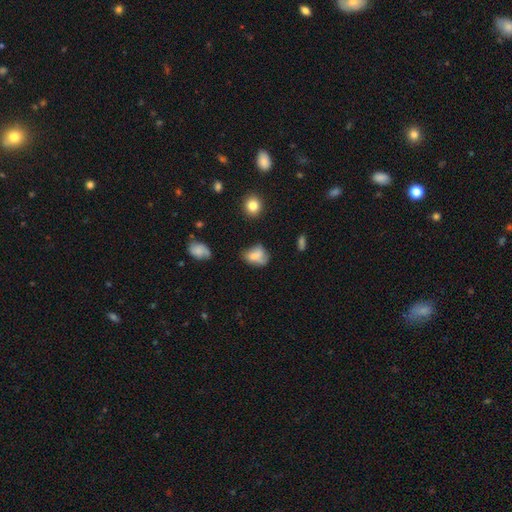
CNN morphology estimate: Overall: smooth (62%; featured or disk 27%). How rounded: in between (70%). Merging: none (40%; minor disturbance 31%).